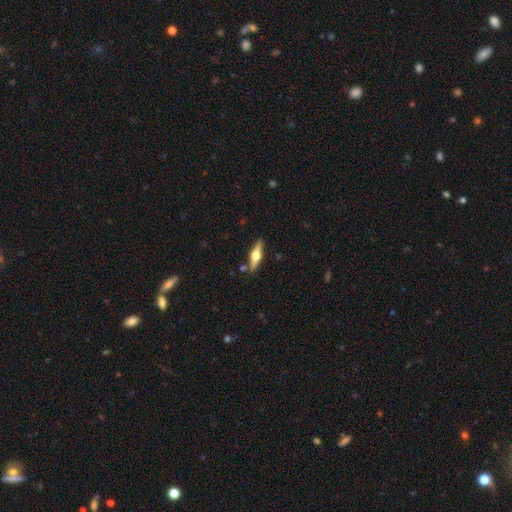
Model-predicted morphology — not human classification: Q: Smooth or featured?
A: featured or disk (62%); runner-up: smooth (33%)
Q: Edge-on disk?
A: yes (95%); runner-up: no (5%)
Q: Edge-on bulge?
A: rounded (95%); runner-up: boxy (3%)
Q: Merging?
A: none (85%); runner-up: minor disturbance (9%)